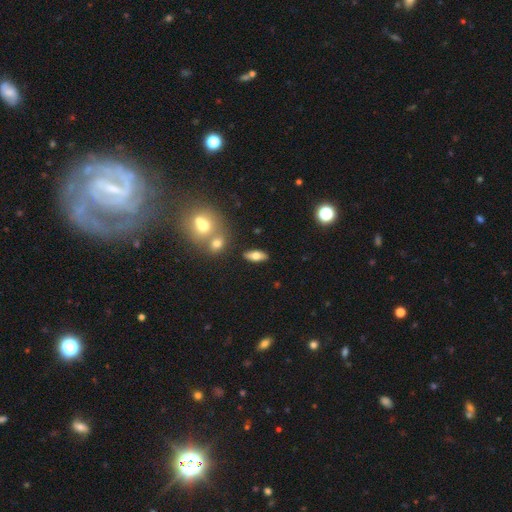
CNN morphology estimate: Q: Smooth or featured?
A: smooth (65%); runner-up: featured or disk (26%)
Q: How rounded?
A: in between (77%); runner-up: cigar-shaped (19%)
Q: Merging?
A: none (84%); runner-up: minor disturbance (9%)